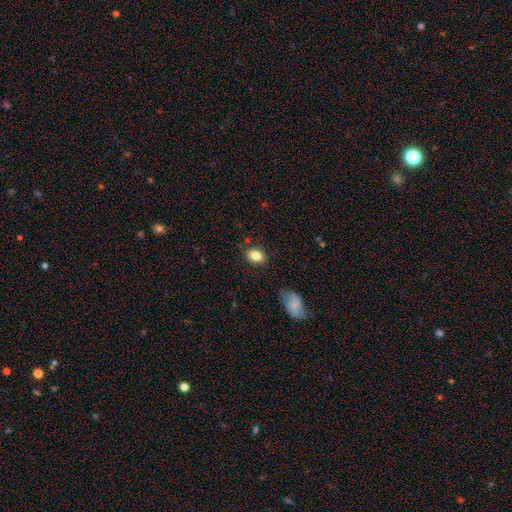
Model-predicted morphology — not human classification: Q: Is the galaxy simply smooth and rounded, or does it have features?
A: smooth — 83%.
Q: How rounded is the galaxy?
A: in between — 74%.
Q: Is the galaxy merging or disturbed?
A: none — 83%.